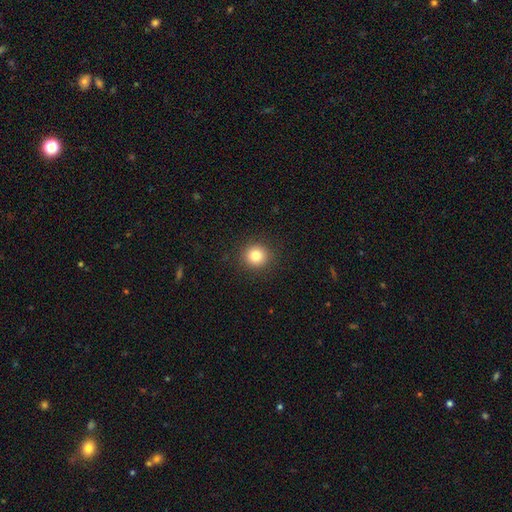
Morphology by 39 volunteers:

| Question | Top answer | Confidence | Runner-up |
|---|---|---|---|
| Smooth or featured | smooth | 90% | featured or disk (5%) |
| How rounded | round | 97% | in between (3%) |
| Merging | none | 78% | minor disturbance (14%) |